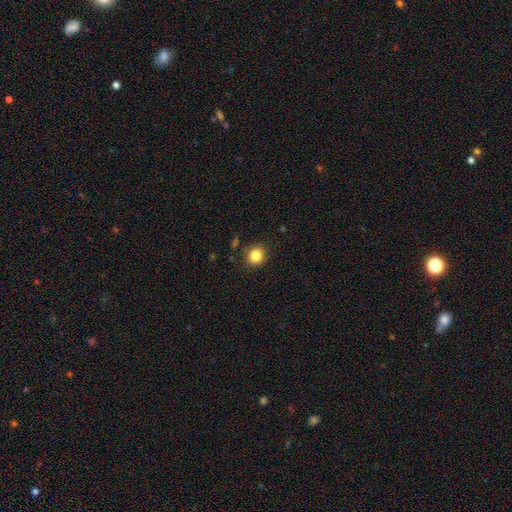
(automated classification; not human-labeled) smooth 84%, star or artifact 11%, featured or disk 5%. Down the decision tree: how rounded — round (87%); merging — none (86%).